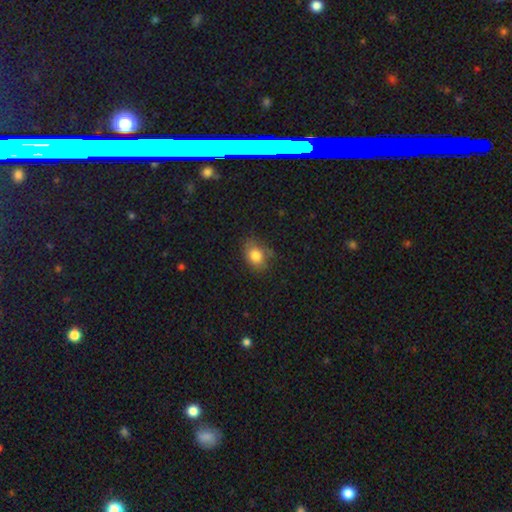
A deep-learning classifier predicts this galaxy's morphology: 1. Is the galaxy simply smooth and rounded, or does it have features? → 81% smooth, 10% star or artifact, 10% featured or disk.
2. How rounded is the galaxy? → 63% in between, 36% round, 1% cigar-shaped.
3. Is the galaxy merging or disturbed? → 68% none, 24% minor disturbance, 7% major disturbance, 2% merger.